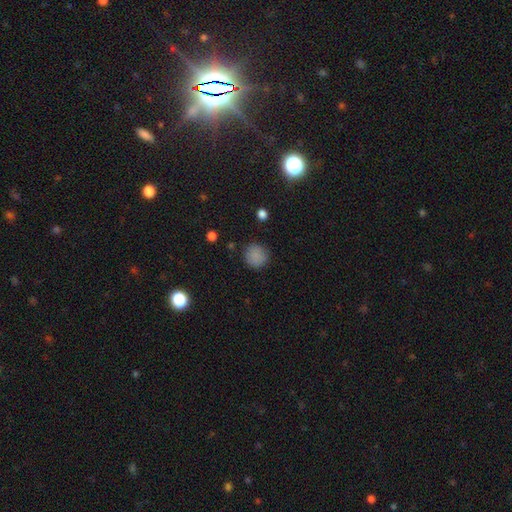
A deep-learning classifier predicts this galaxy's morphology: smooth 85%, star or artifact 11%, featured or disk 4%. Down the decision tree: how rounded — round (94%); merging — none (87%).